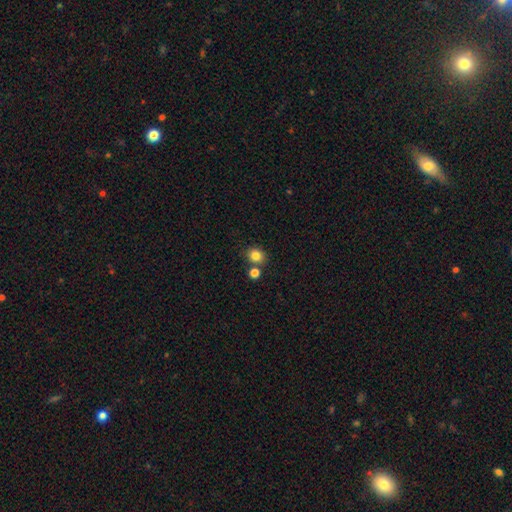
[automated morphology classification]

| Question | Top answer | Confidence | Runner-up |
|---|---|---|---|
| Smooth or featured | smooth | 83% | star or artifact (12%) |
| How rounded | round | 72% | in between (27%) |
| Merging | none | 72% | merger (16%) |